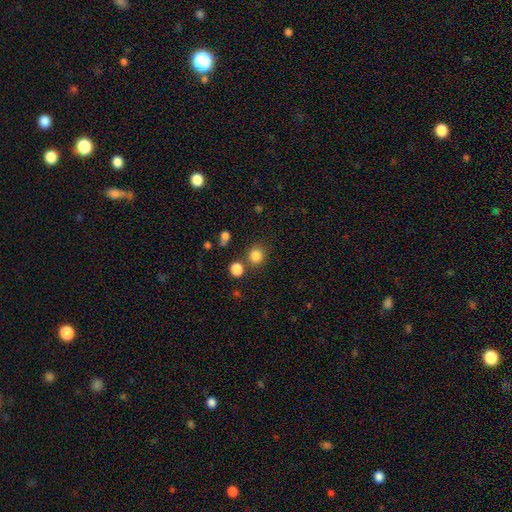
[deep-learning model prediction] Morphology: type=smooth (83%); roundness=round (86%); merging=none (78%).